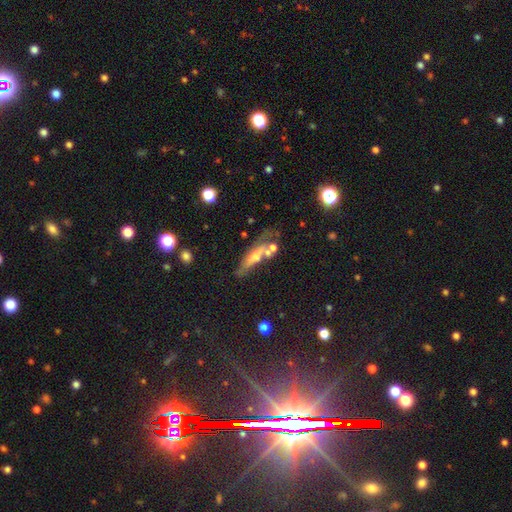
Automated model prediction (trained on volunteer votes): Morphology: type=smooth (48%); merging=none (44%).